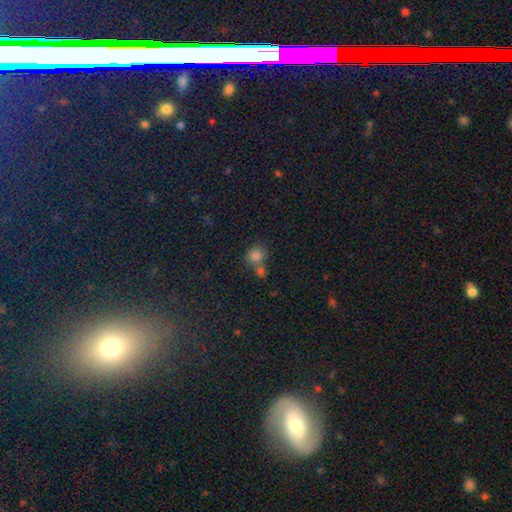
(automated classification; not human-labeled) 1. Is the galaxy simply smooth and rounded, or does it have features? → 79% smooth, 14% star or artifact, 7% featured or disk.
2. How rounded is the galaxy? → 78% round, 21% in between, 1% cigar-shaped.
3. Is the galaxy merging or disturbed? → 44% none, 43% merger, 9% minor disturbance, 4% major disturbance.